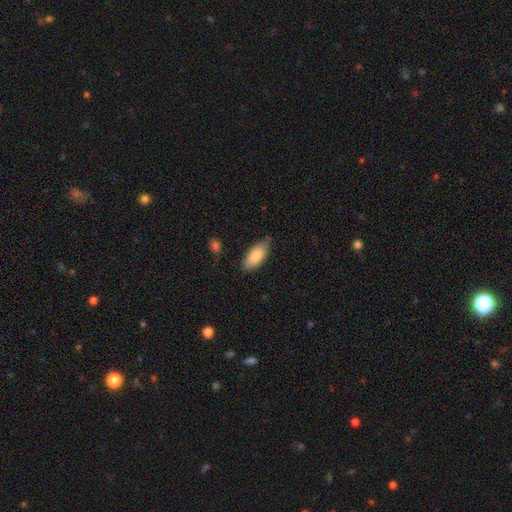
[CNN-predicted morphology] type=smooth (84%); roundness=in between (87%); merging=none (68%).